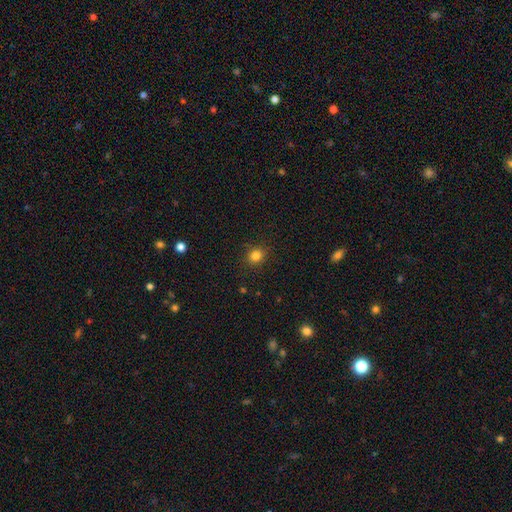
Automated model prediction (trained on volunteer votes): smooth-or-featured: smooth: 83% | star or artifact: 13% | featured or disk: 5%
  how-rounded: round: 79% | in between: 21% | cigar-shaped: 1%
  merging: none: 89% | minor disturbance: 7% | major disturbance: 2% | merger: 1%